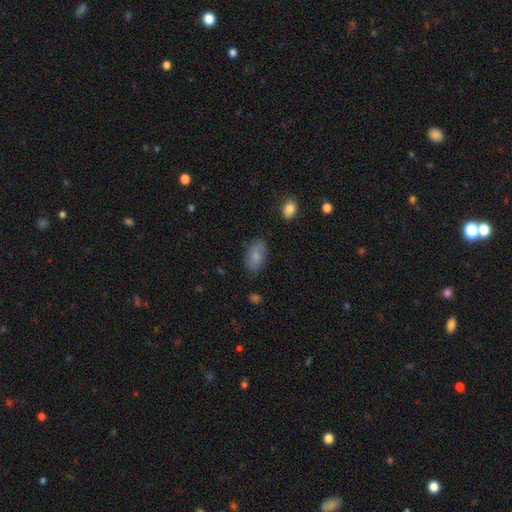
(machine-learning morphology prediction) This appears to be a smooth galaxy with no disk features (79%) that is in between round and cigar-shaped (92%). Merging: none (74%).